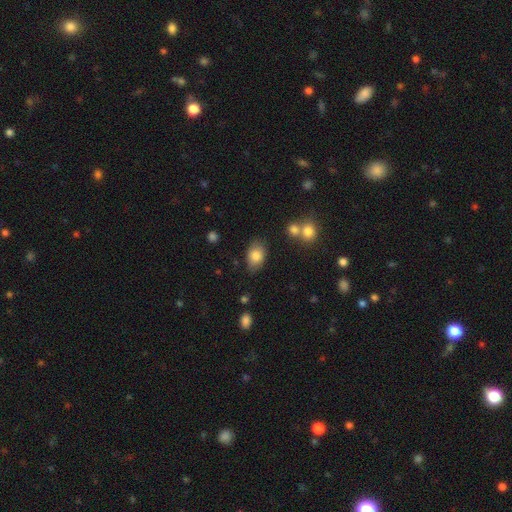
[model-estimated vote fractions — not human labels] Smooth or featured? Predicted: smooth (p=0.83). How rounded? Predicted: in between (p=0.83). Merging? Predicted: none (p=0.76).